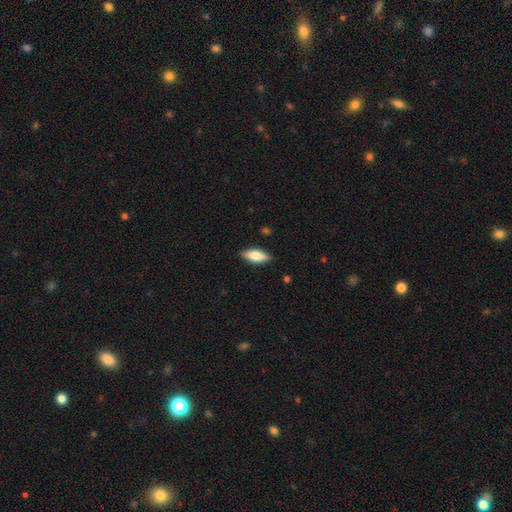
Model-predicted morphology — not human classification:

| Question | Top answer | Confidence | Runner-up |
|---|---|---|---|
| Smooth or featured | smooth | 72% | featured or disk (22%) |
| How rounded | in between | 73% | cigar-shaped (25%) |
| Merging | none | 87% | minor disturbance (10%) |